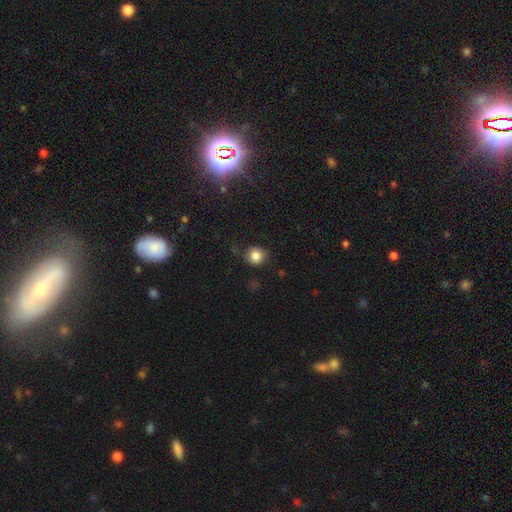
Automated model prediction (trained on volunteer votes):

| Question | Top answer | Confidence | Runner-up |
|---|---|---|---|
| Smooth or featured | smooth | 83% | star or artifact (11%) |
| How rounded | round | 86% | in between (13%) |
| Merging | none | 77% | minor disturbance (16%) |